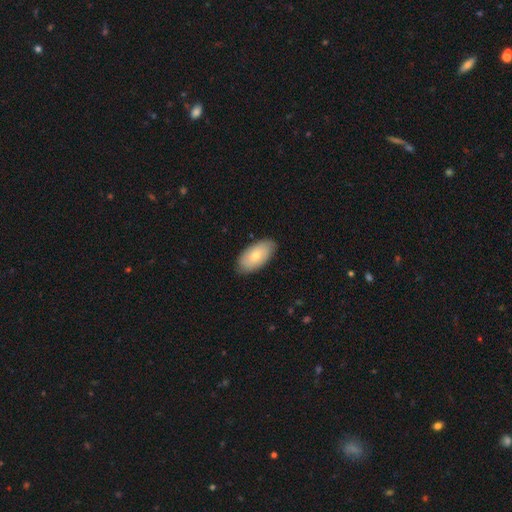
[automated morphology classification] Smooth or featured? smooth (73%)
How rounded? in between (94%)
Merging? none (84%)